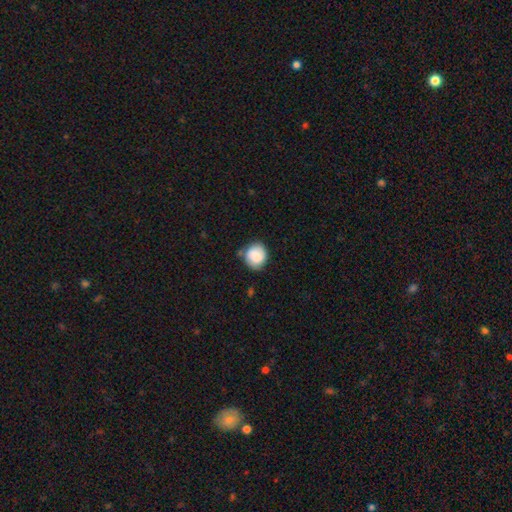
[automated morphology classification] A smooth galaxy with no disk features (84%) that is round (85%).

Vote fractions:
- Smooth or featured? smooth: 84% / featured or disk: 8% / star or artifact: 7%
- How rounded? round: 85% / in between: 14% / cigar-shaped: 1%
- Merging? none: 72% / minor disturbance: 20% / major disturbance: 4% / merger: 4%